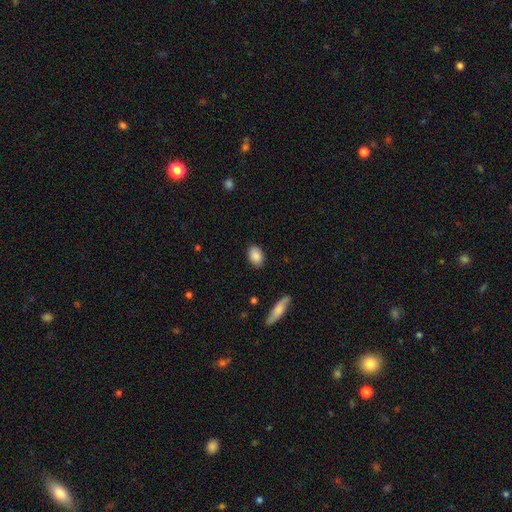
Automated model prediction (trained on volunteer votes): Smooth or featured? smooth (88%)
How rounded? in between (84%)
Merging? none (86%)